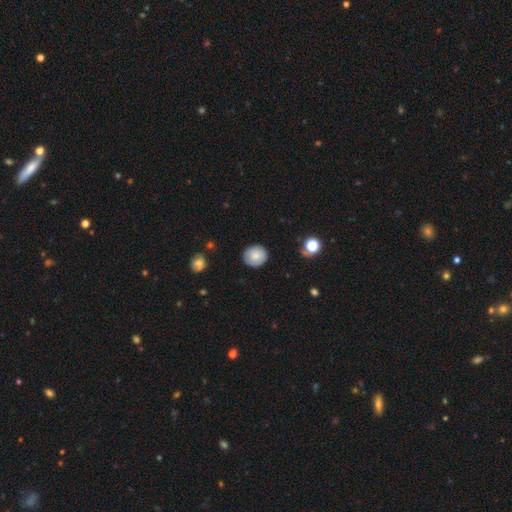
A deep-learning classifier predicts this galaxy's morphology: Q: Smooth or featured?
A: smooth (79%); runner-up: featured or disk (13%)
Q: How rounded?
A: round (86%); runner-up: in between (13%)
Q: Merging?
A: none (85%); runner-up: minor disturbance (11%)